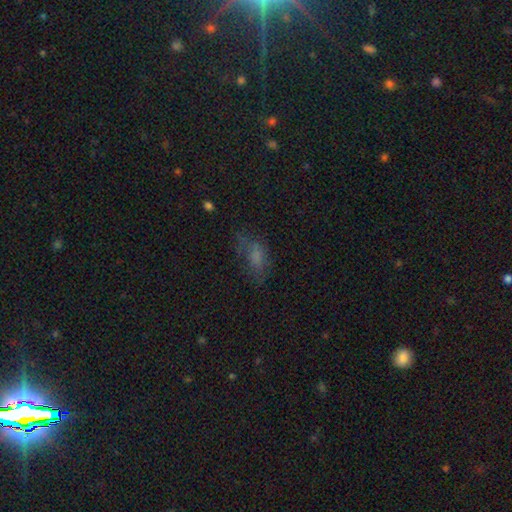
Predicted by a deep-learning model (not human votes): Morphology: type=smooth (59%); roundness=in between (81%); merging=none (47%).